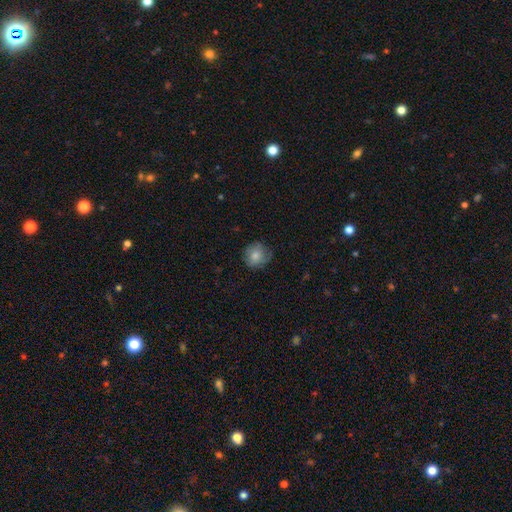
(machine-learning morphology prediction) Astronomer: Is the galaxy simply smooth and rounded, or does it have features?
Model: smooth — 76%.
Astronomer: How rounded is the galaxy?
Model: round — 87%.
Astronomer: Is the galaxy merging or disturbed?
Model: none — 71%.